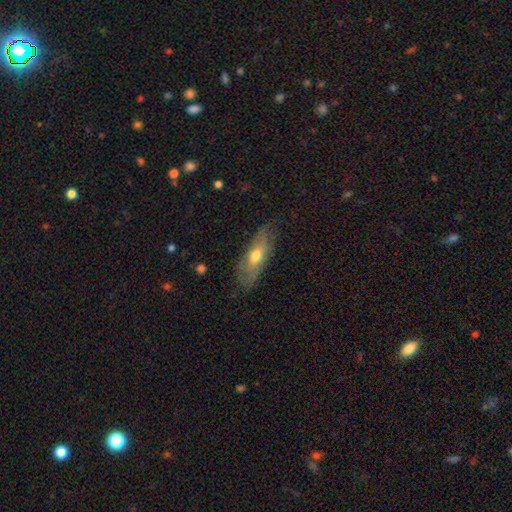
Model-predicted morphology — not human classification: This is possibly a smooth galaxy (51%). How rounded: likely in between (66%). Merging: likely none (68%).